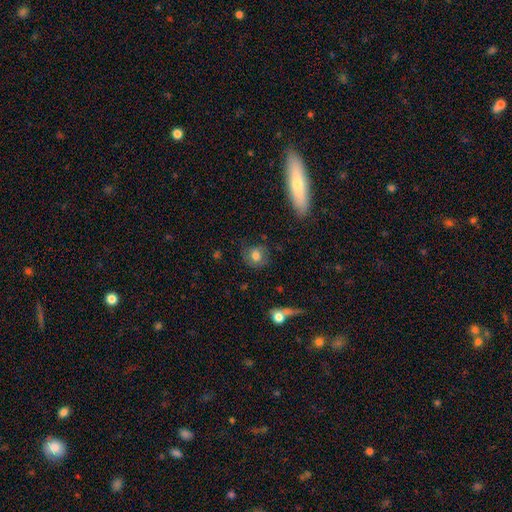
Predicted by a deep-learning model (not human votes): smooth_or_featured: smooth (p=0.74) [alt: featured or disk p=0.17]
how_rounded: round (p=0.78) [alt: in between p=0.21]
merging: none (p=0.70) [alt: minor disturbance p=0.19]